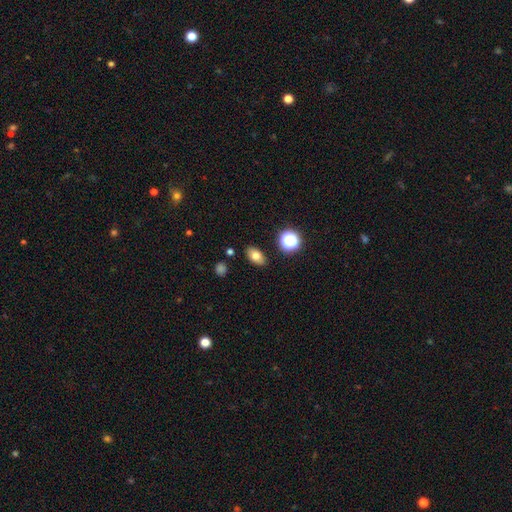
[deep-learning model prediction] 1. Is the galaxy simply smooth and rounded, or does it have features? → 76% smooth, 13% featured or disk, 12% star or artifact.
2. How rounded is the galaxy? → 86% in between, 12% round, 2% cigar-shaped.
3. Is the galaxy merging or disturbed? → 86% none, 9% minor disturbance, 2% major disturbance, 2% merger.